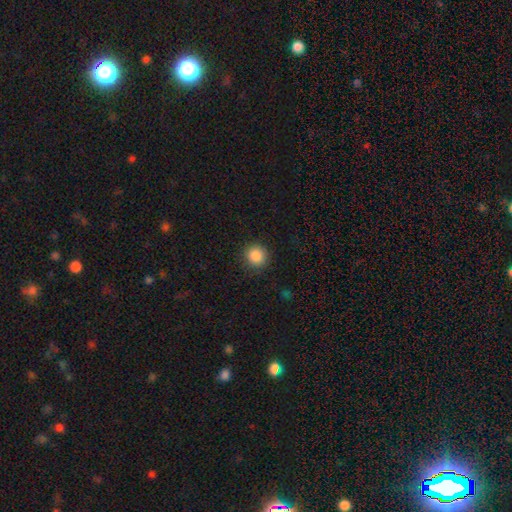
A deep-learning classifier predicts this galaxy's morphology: Smooth or featured: smooth — 87% (star or artifact — 9%)
How rounded: round — 91% (in between — 8%)
Merging: none — 90% (minor disturbance — 7%)